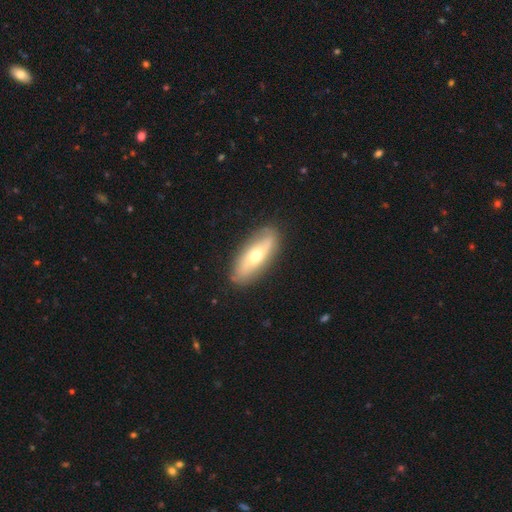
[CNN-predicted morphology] Smooth or featured?
  - featured or disk: 47% * (tied)
  - smooth: 47% * (tied)
  - star or artifact: 6%
Merging?
  - none: 85% *
  - minor disturbance: 11%
  - major disturbance: 3%
  - merger: 1%